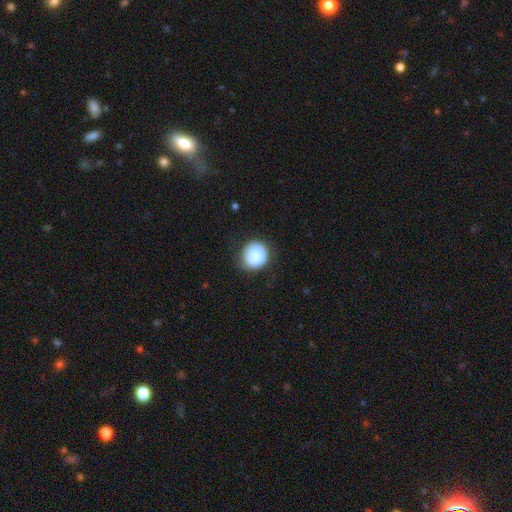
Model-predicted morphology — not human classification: This appears to be a smooth galaxy with no disk features (73%) that is round (86%). Merging: none (71%).